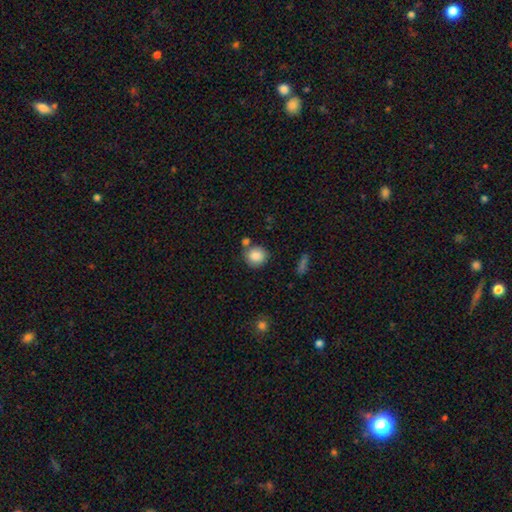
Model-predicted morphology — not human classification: Q: Smooth or featured?
A: smooth (86%); runner-up: star or artifact (8%)
Q: How rounded?
A: round (88%); runner-up: in between (11%)
Q: Merging?
A: none (70%); runner-up: merger (15%)